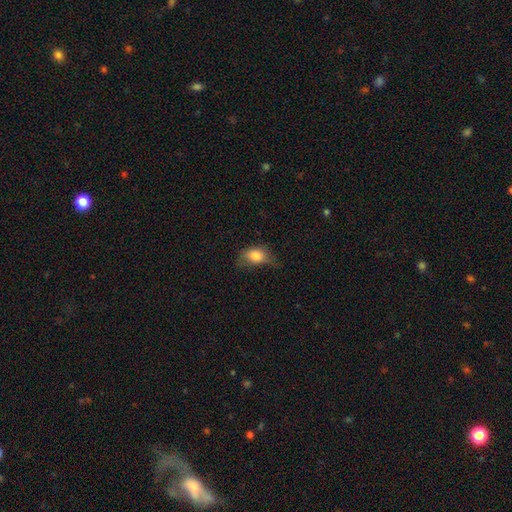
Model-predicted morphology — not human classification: The model was most divided on "merging": minor disturbance: 38%, none: 37%, major disturbance: 22%, merger: 2%. More confident: smooth or featured — smooth (81%); how rounded — in between (75%).